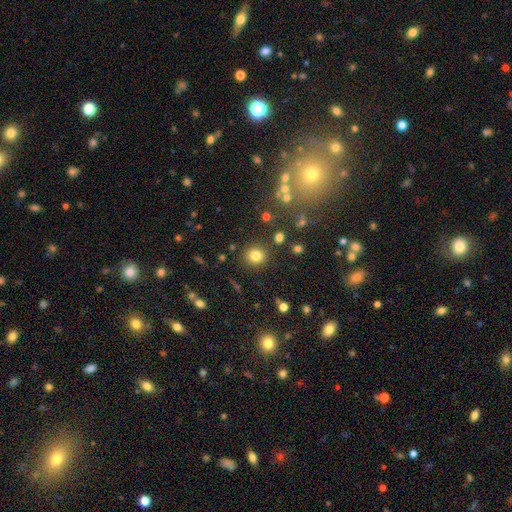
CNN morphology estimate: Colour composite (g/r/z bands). It shows a smooth galaxy with no disk features (79%) that is round (87%). Merging: none (87%).